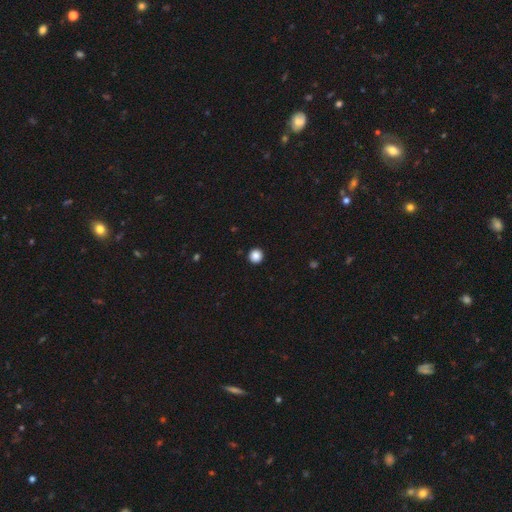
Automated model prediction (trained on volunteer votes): Q: Smooth or featured?
A: smooth (87%); runner-up: star or artifact (10%)
Q: How rounded?
A: round (96%); runner-up: in between (3%)
Q: Merging?
A: none (94%); runner-up: minor disturbance (4%)